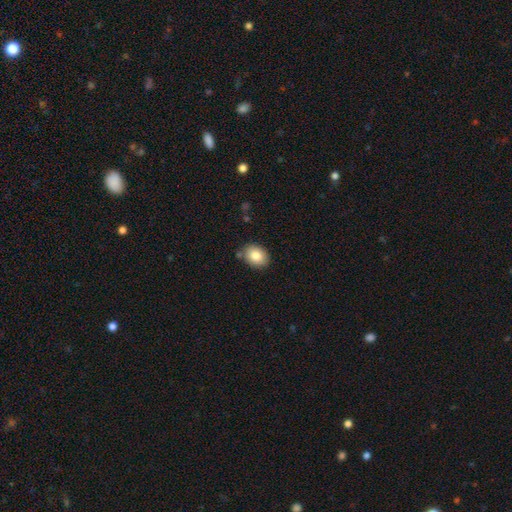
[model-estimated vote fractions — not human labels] Overall: smooth (83%). How rounded: in between (64%; round 35%). Merging: none (81%).